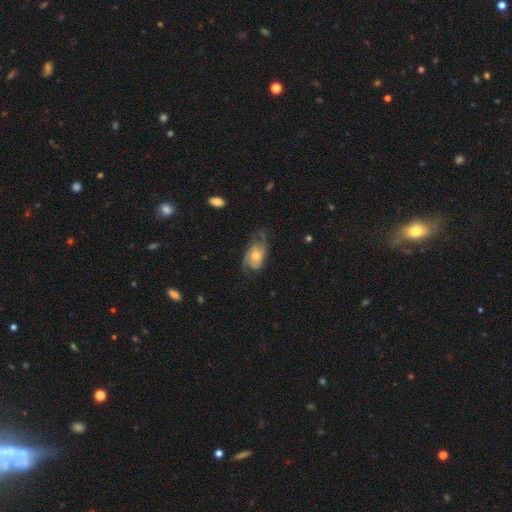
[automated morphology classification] A featured or disk galaxy (73%) with no bar (73%), 2 (60%) medium (43%) spiral arms (90%) and a moderate central bulge (64%).

Vote fractions:
- Smooth or featured? featured or disk: 73% / smooth: 21% / star or artifact: 6%
- Edge-on disk? no: 95% / yes: 5%
- Bar? no: 73% / weak: 22% / strong: 4%
- Spiral arms? yes: 90% / no: 10%
- Spiral winding? medium: 43% / tight: 34% / loose: 24%
- Spiral arm count? 2: 60% / can't tell: 18% / 3: 12% / 1: 5% / 4: 3% / more than 4: 2%
- Bulge size? moderate: 64% / small: 28% / large: 5% / none: 2% / dominant: 1%
- Merging? none: 55% / minor disturbance: 26% / major disturbance: 17% / merger: 1%